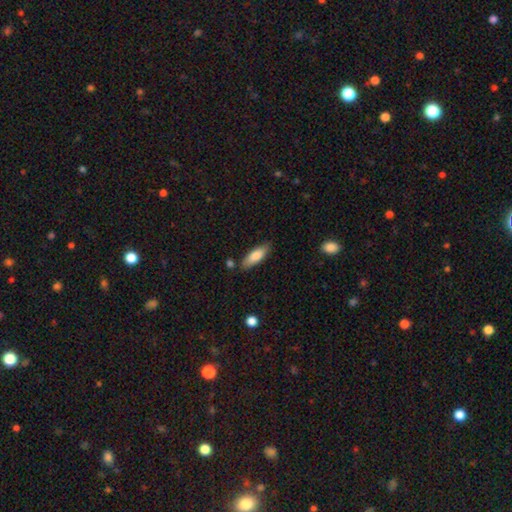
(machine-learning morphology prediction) type=smooth (80%); roundness=in between (60%); merging=none (80%).